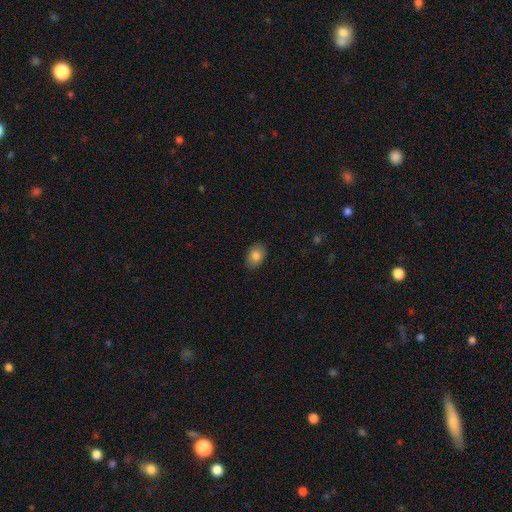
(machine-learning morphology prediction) smooth_or_featured: smooth (p=0.84) [alt: star or artifact p=0.09]
how_rounded: in between (p=0.76) [alt: round p=0.23]
merging: none (p=0.88) [alt: minor disturbance p=0.09]